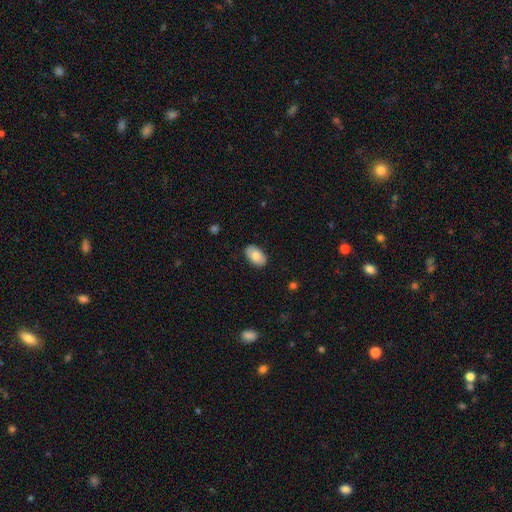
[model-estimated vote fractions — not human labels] This is likely a smooth galaxy (77%). How rounded: clearly in between (93%). Merging: clearly none (86%).